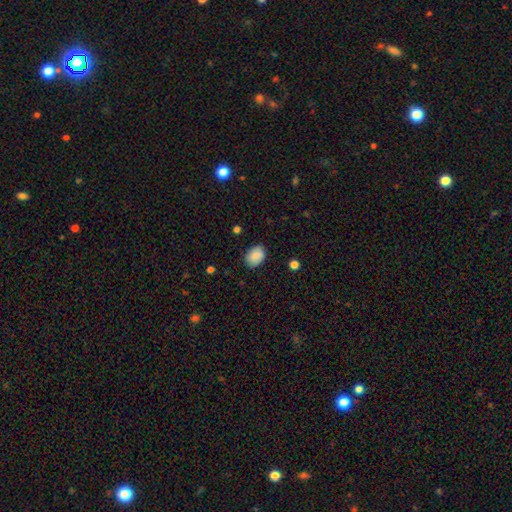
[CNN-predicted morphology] A smooth galaxy with no disk features (88%) that is in between round and cigar-shaped (74%). Merging: none (83%).